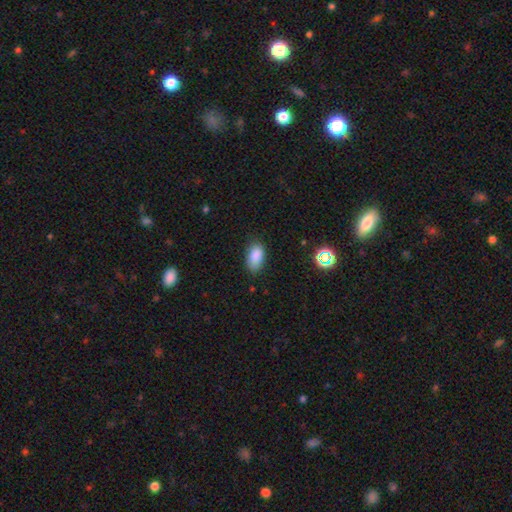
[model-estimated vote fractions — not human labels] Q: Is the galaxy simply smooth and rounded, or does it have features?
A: smooth — 86%.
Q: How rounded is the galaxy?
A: in between — 92%.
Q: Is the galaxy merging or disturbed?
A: none — 78%.